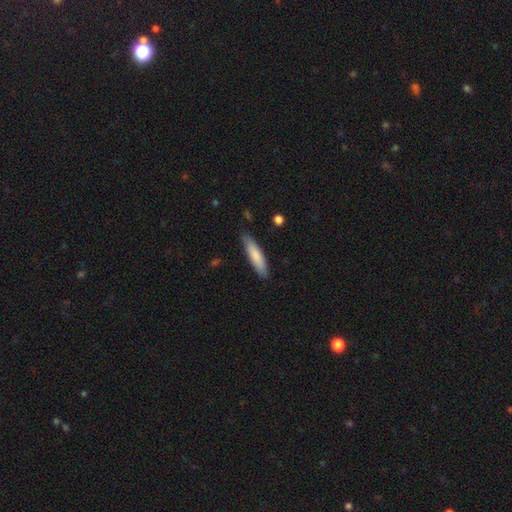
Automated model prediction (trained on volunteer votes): smooth 79%, featured or disk 16%, star or artifact 5%. Down the decision tree: how rounded — cigar-shaped (79%); merging — none (85%).